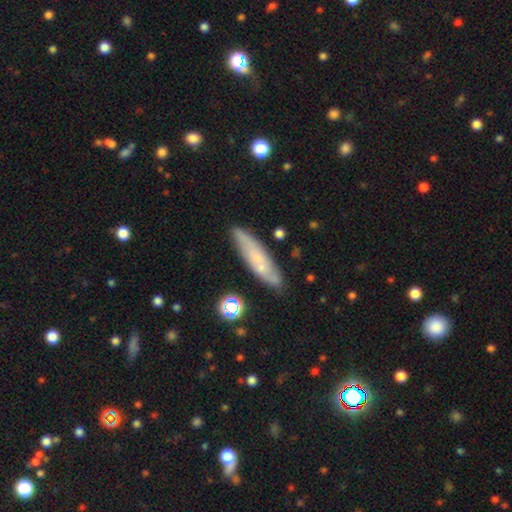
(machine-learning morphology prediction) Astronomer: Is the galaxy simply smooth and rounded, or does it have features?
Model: smooth — 55% (runner-up: featured or disk, 37%).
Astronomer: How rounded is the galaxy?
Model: cigar-shaped — 78%.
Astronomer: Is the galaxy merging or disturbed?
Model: none — 82%.